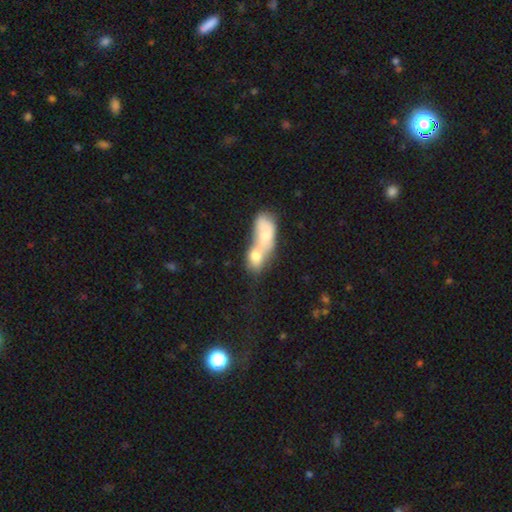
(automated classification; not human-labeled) Overall: smooth (67%). How rounded: in between (71%). Merging: merger (82%).